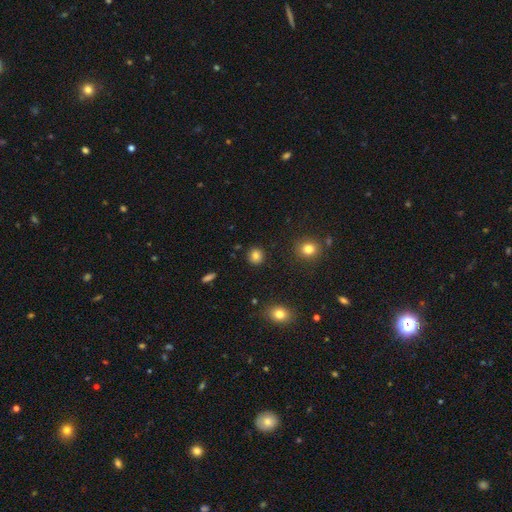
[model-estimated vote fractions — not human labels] smooth 83%, star or artifact 11%, featured or disk 5%. Down the decision tree: how rounded — round (87%); merging — none (90%).